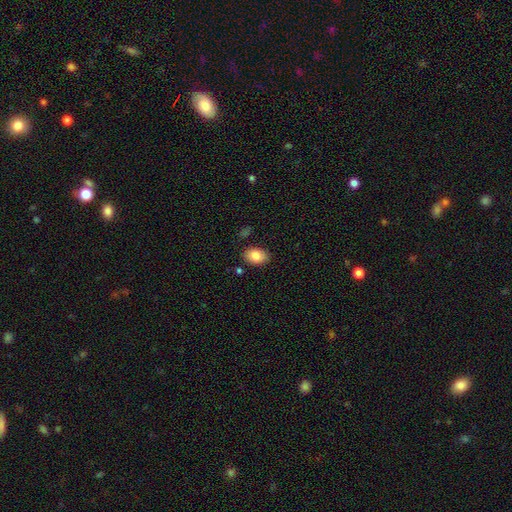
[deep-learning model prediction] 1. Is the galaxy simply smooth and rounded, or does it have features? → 85% smooth, 8% featured or disk, 7% star or artifact.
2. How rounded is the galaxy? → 84% in between, 15% round, 1% cigar-shaped.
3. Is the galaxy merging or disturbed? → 83% none, 11% minor disturbance, 3% merger, 3% major disturbance.